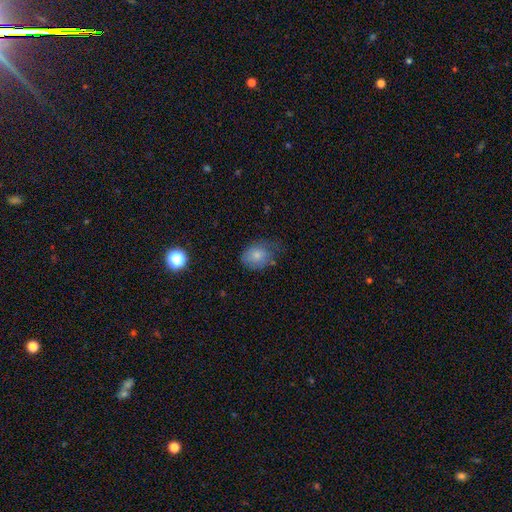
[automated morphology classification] Smooth or featured? smooth (73%)
How rounded? in between (51%)
Merging? none (54%)